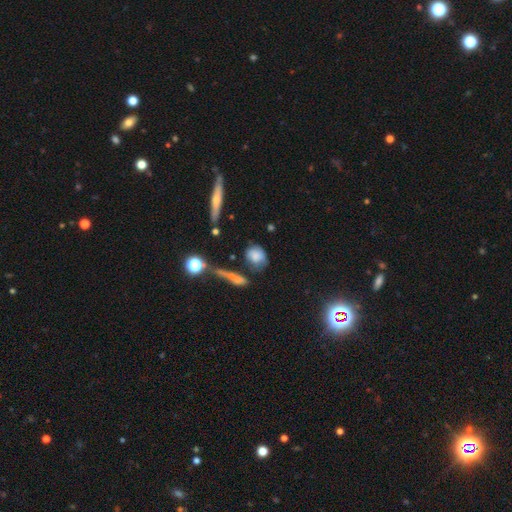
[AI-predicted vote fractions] smooth_or_featured: smooth (p=0.73) [alt: featured or disk p=0.17]
how_rounded: round (p=0.49) [alt: in between p=0.45]
merging: none (p=0.51) [alt: minor disturbance p=0.26]